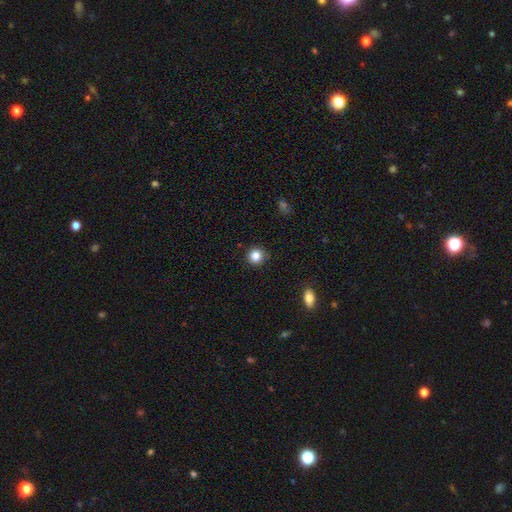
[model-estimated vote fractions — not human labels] This appears to be a smooth galaxy with no disk features (85%) that is round (92%). Merging: none (89%).